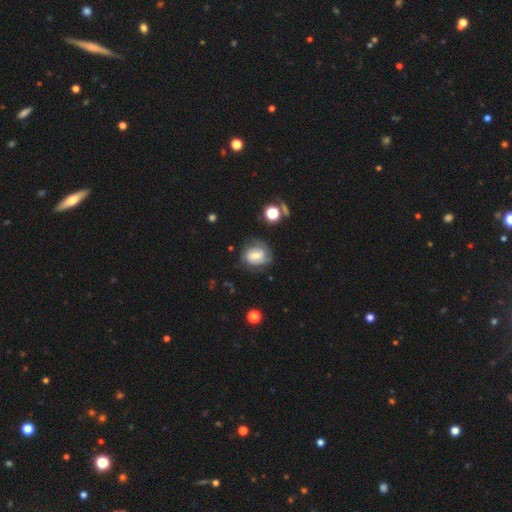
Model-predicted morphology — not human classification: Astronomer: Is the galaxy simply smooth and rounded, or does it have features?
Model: featured or disk — 65%.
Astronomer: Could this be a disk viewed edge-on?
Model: no — 97%.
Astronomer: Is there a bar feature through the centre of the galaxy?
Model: weak — 47% (runner-up: no, 38%).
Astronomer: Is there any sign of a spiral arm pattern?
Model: yes — 88%.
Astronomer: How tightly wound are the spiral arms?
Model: tight — 52% (runner-up: medium, 36%).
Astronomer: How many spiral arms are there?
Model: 2 — 51%.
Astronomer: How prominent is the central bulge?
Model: moderate — 50% (runner-up: small, 39%).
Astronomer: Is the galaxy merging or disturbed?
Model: none — 67%.